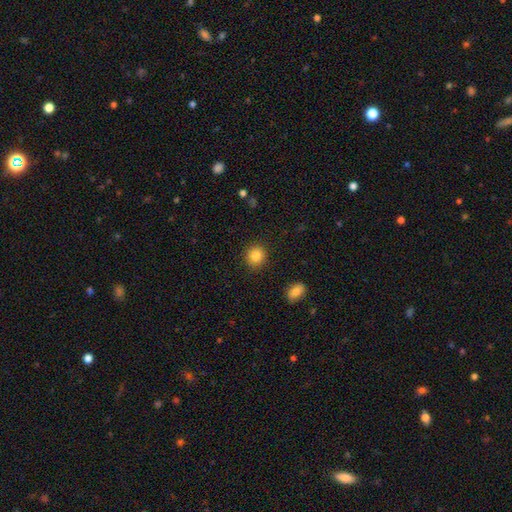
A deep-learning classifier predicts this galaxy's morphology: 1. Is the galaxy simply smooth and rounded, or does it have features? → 86% smooth, 9% star or artifact, 5% featured or disk.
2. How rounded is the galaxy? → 86% round, 13% in between, 1% cigar-shaped.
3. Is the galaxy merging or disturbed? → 91% none, 6% minor disturbance, 2% major disturbance, 1% merger.